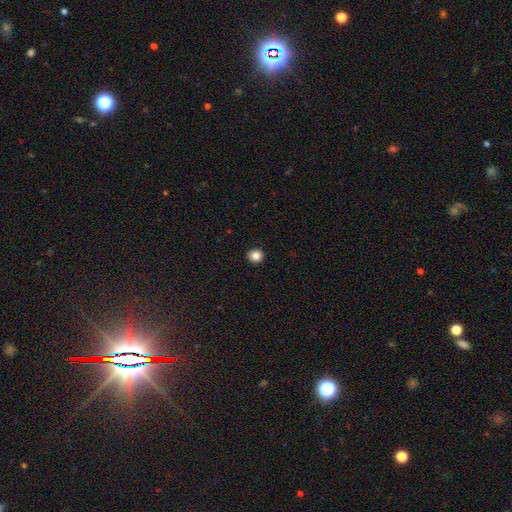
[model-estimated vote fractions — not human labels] Morphology: type=smooth (86%); roundness=round (91%); merging=none (93%).